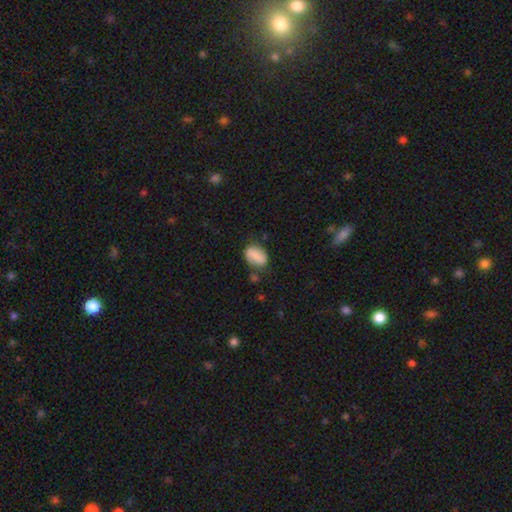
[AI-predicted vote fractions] Smooth or featured? smooth (80%)
How rounded? in between (85%)
Merging? none (64%)